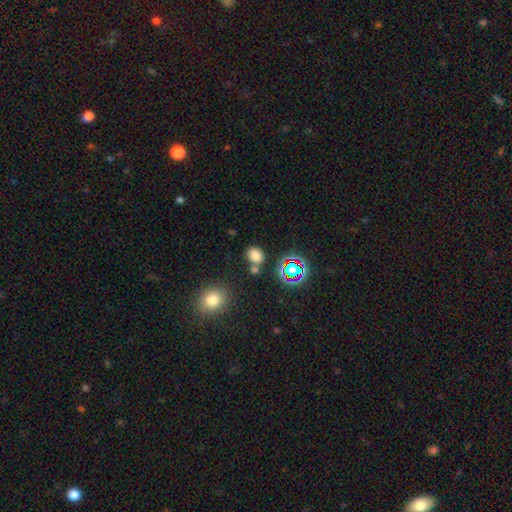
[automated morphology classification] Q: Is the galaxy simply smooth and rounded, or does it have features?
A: smooth — 72%.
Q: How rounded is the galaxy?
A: round — 55%.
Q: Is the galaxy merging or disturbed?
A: none — 69%.